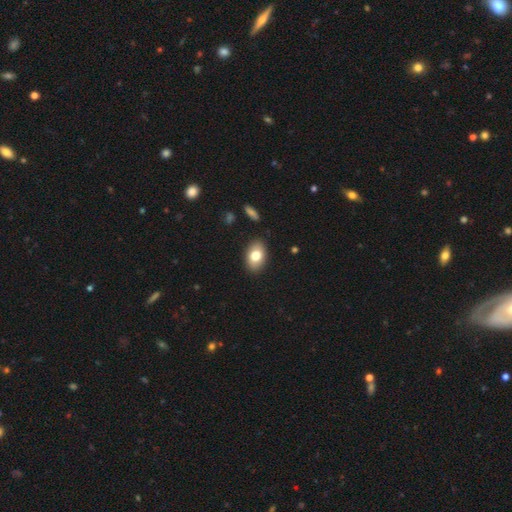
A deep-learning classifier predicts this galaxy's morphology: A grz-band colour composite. It shows a smooth galaxy with no disk features (77%) that is in between round and cigar-shaped (84%). Merging: none (88%).